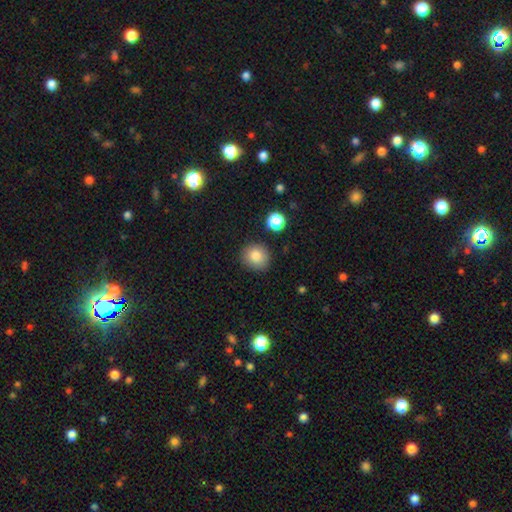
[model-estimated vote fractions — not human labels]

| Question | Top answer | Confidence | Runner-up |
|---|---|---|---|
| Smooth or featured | smooth | 84% | star or artifact (10%) |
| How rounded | round | 84% | in between (15%) |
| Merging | none | 86% | minor disturbance (9%) |